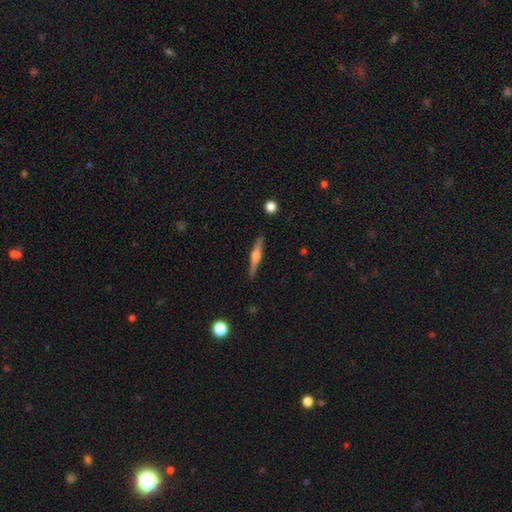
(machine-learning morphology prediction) This appears to be a featured or disk galaxy (65%) viewed edge-on (97%) with a rounded central bulge (85%). Merging: none (89%).